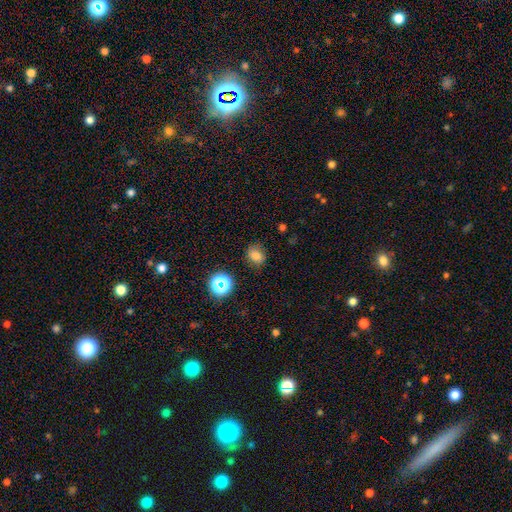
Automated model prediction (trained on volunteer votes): Smooth or featured: smooth — 75% (star or artifact — 17%)
How rounded: round — 51% (in between — 48%)
Merging: none — 76% (minor disturbance — 17%)